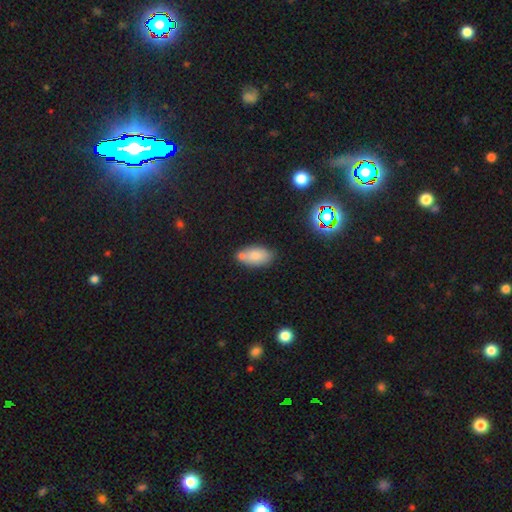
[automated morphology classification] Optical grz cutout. It shows a smooth galaxy with no disk features (81%) that is in between round and cigar-shaped (92%). Merging: none (62%).